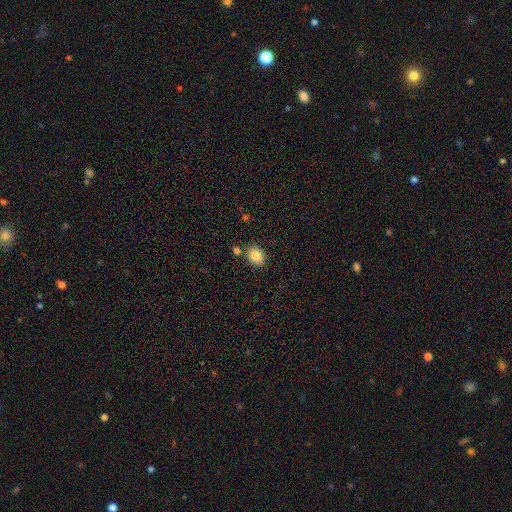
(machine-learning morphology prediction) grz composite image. It shows a smooth galaxy with no disk features (84%) that is round (52%). Merging: none (81%).